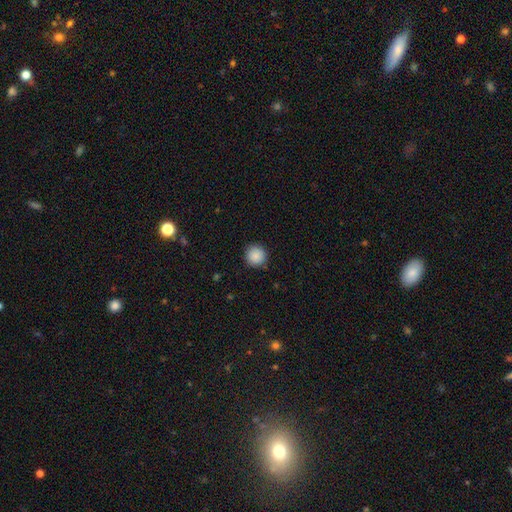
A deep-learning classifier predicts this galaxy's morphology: Smooth or featured? smooth (89%)
How rounded? round (95%)
Merging? none (90%)